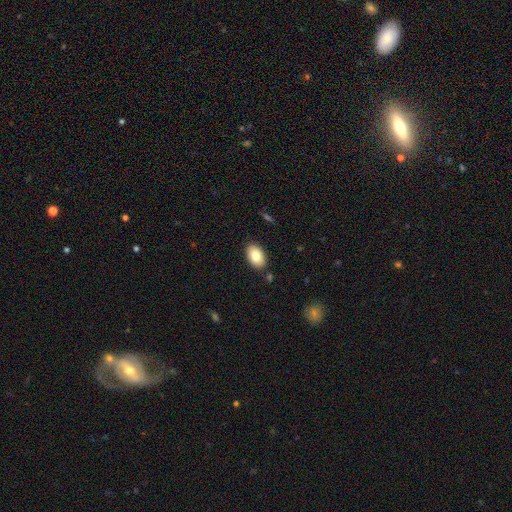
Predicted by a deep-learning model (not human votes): Smooth or featured: smooth — 82% (featured or disk — 11%)
How rounded: in between — 91% (round — 8%)
Merging: none — 87% (minor disturbance — 9%)